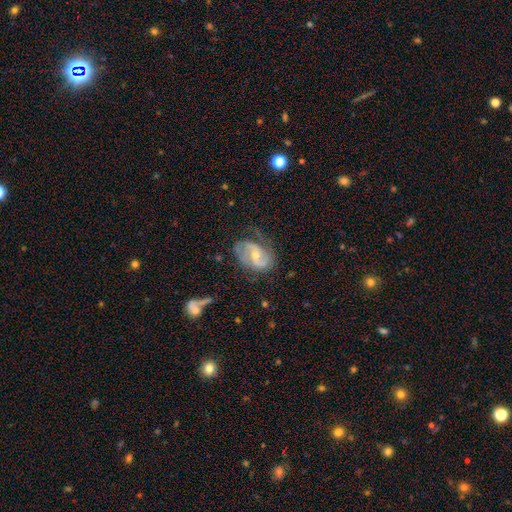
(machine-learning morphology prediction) Smooth or featured?
  - featured or disk: 82% *
  - smooth: 12%
  - star or artifact: 6%
Edge-on disk?
  - no: 97% *
  - yes: 3%
Bar?
  - no: 44% * (tied)
  - weak: 44% * (tied)
  - strong: 12%
Spiral arms?
  - yes: 94% *
  - no: 6%
Spiral winding?
  - medium: 48% *
  - tight: 28%
  - loose: 24%
Spiral arm count?
  - 2: 78% *
  - can't tell: 10%
  - 3: 5%
  - 1: 3%
  - 4: 2%
  - more than 4: 1%
Bulge size?
  - small: 48% * (tied)
  - moderate: 48% * (tied)
  - none: 2%
  - large: 2%
  - dominant: 1%
Merging?
  - none: 60% *
  - minor disturbance: 25%
  - major disturbance: 13%
  - merger: 2%